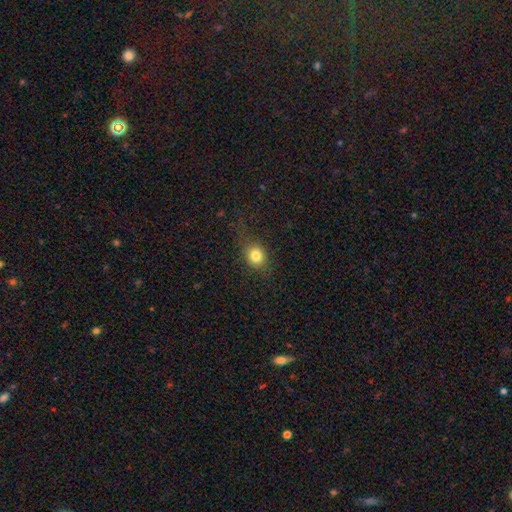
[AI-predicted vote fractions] The model was most divided on "how rounded": round: 67%, in between: 31%, cigar-shaped: 2%. More confident: smooth or featured — smooth (79%); merging — none (73%).